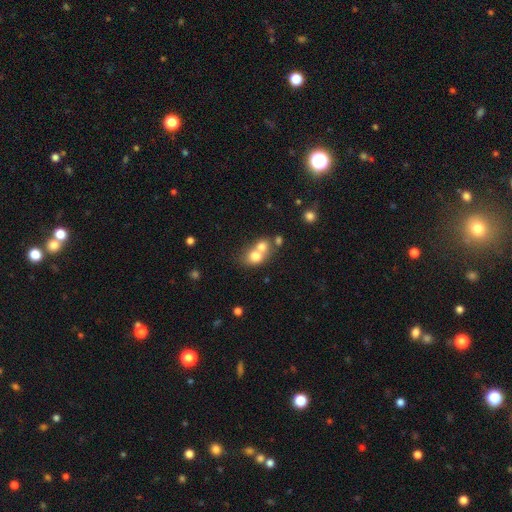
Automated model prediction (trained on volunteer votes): Smooth or featured? smooth (72%)
How rounded? round (62%)
Merging? merger (66%)